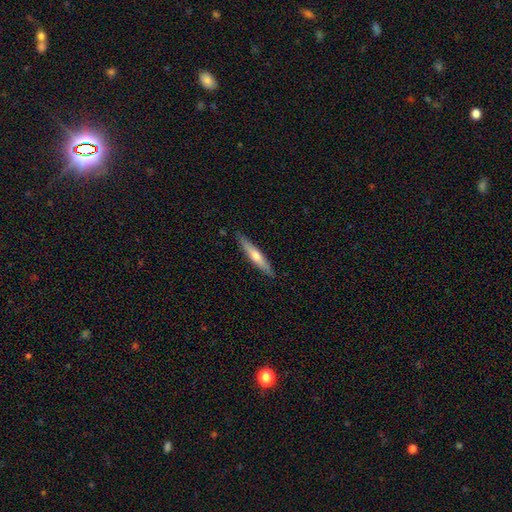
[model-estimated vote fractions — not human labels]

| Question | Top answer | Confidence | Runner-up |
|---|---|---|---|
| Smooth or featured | smooth | 49% | featured or disk (46%) |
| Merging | none | 88% | minor disturbance (9%) |